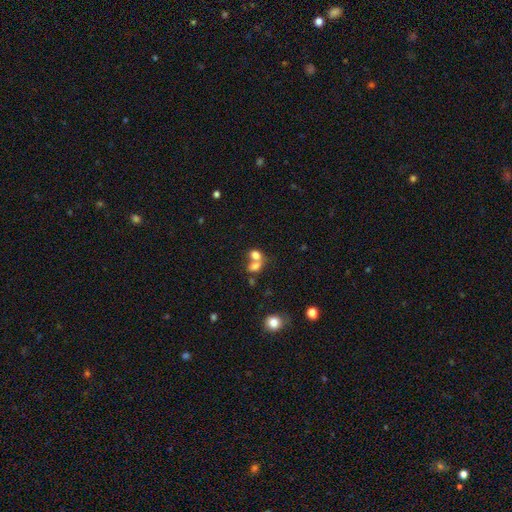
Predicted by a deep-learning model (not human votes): A smooth galaxy with no disk features (75%) that is in between round and cigar-shaped (64%). Merging: merger (62%).